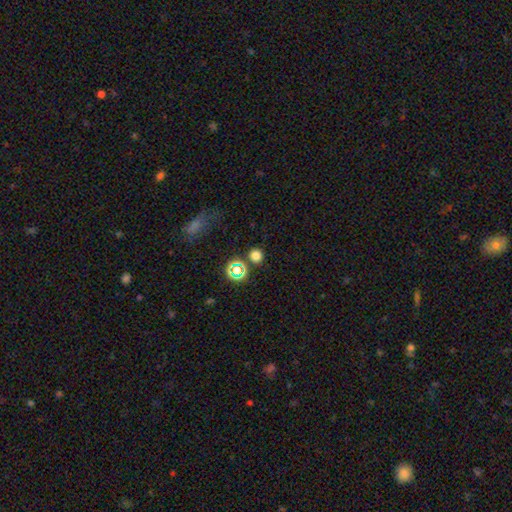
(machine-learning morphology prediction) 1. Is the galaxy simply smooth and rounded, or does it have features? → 72% smooth, 23% star or artifact, 5% featured or disk.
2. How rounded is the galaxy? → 87% round, 12% in between, 1% cigar-shaped.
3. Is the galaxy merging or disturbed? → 84% none, 8% minor disturbance, 6% merger, 3% major disturbance.